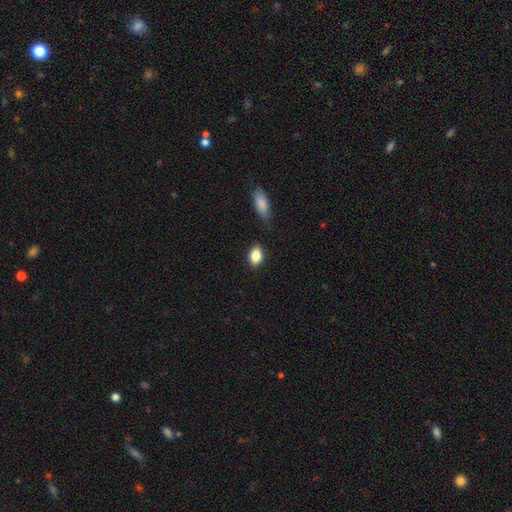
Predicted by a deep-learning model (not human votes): This appears to be a smooth galaxy with no disk features (84%) that is in between round and cigar-shaped (83%). Merging: none (82%).